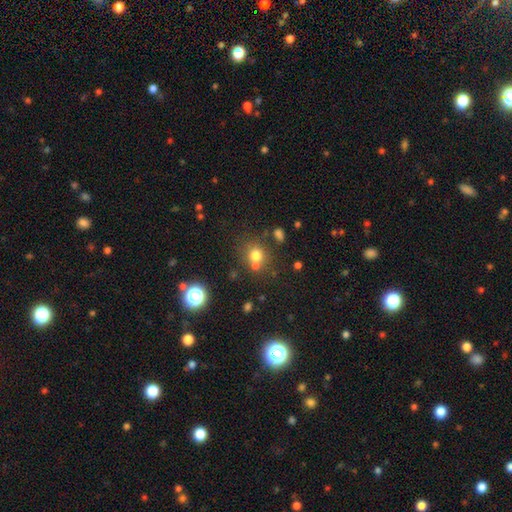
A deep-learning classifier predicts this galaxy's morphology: The model was most divided on "merging": none: 61%, merger: 24%, minor disturbance: 11%, major disturbance: 4%. More confident: how rounded — round (82%); smooth or featured — smooth (71%).